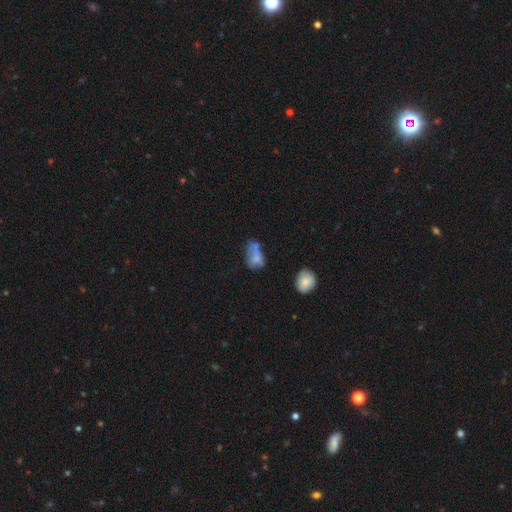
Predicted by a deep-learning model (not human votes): This is likely a smooth galaxy (63%). How rounded: likely in between (74%). Merging: marginally merger (35%).